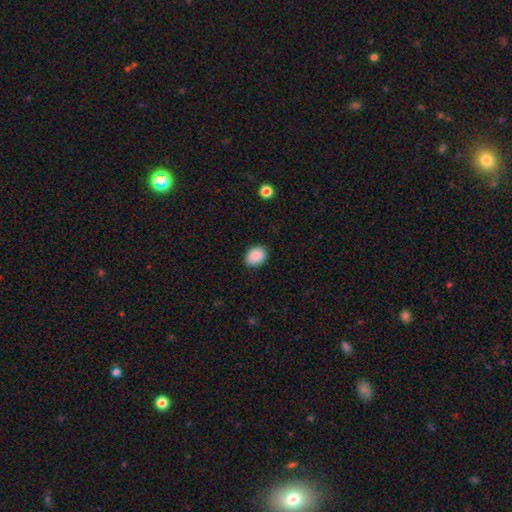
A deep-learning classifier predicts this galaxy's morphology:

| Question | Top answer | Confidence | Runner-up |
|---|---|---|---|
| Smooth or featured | smooth | 89% | star or artifact (7%) |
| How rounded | in between | 64% | round (35%) |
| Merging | none | 87% | minor disturbance (10%) |